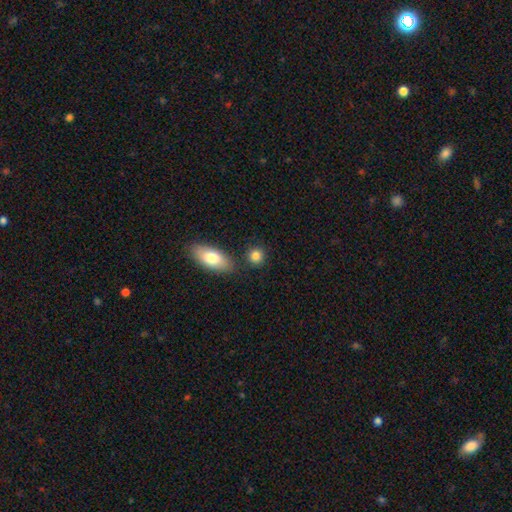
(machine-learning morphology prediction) smooth_or_featured: smooth (p=0.84) [alt: star or artifact p=0.08]
how_rounded: round (p=0.78) [alt: in between p=0.20]
merging: none (p=0.80) [alt: minor disturbance p=0.09]